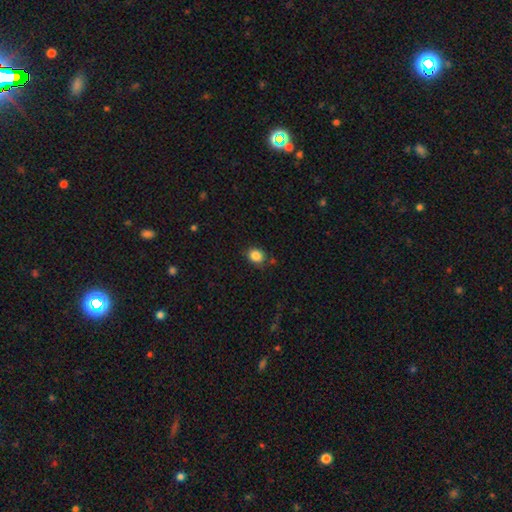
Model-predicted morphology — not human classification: Q: Smooth or featured?
A: smooth (86%); runner-up: star or artifact (10%)
Q: How rounded?
A: round (68%); runner-up: in between (31%)
Q: Merging?
A: none (81%); runner-up: minor disturbance (13%)